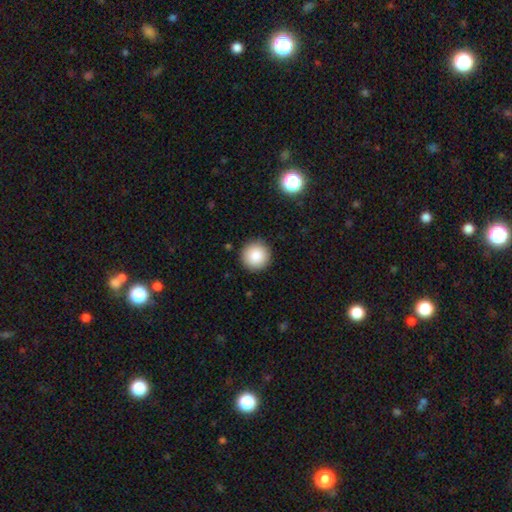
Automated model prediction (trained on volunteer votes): Q: Smooth or featured?
A: smooth (87%); runner-up: star or artifact (9%)
Q: How rounded?
A: round (96%); runner-up: in between (3%)
Q: Merging?
A: none (91%); runner-up: minor disturbance (6%)